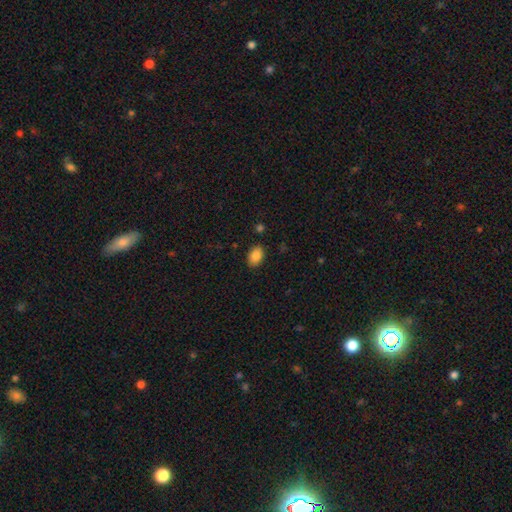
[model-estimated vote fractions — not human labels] Morphology: type=smooth (87%); roundness=in between (85%); merging=none (87%).